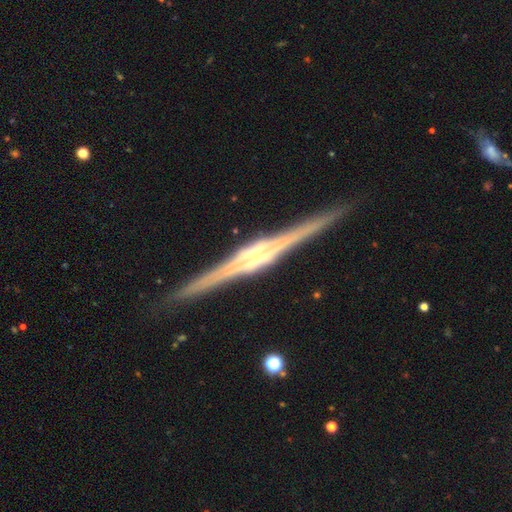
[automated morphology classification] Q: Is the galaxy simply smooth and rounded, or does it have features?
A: featured or disk — 89%.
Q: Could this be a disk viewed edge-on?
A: yes — 99%.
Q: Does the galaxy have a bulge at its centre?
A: rounded — 51%.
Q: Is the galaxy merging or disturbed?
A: none — 91%.